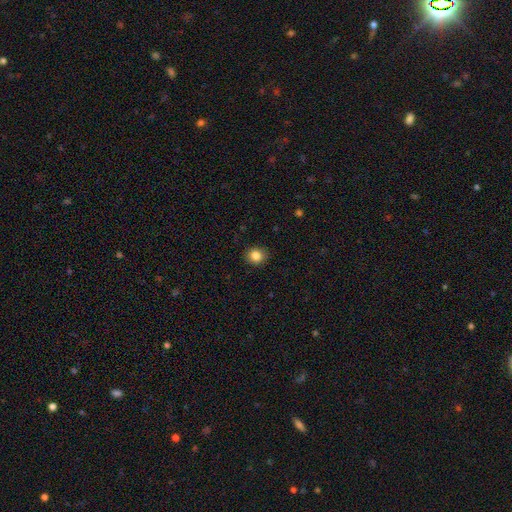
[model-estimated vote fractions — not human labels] Smooth or featured: smooth — 84% (star or artifact — 10%)
How rounded: round — 80% (in between — 19%)
Merging: none — 90% (minor disturbance — 7%)